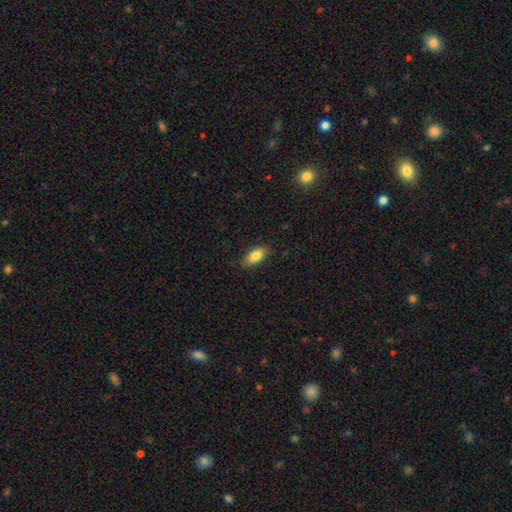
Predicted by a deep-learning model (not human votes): Smooth or featured? smooth (83%)
How rounded? in between (90%)
Merging? none (83%)